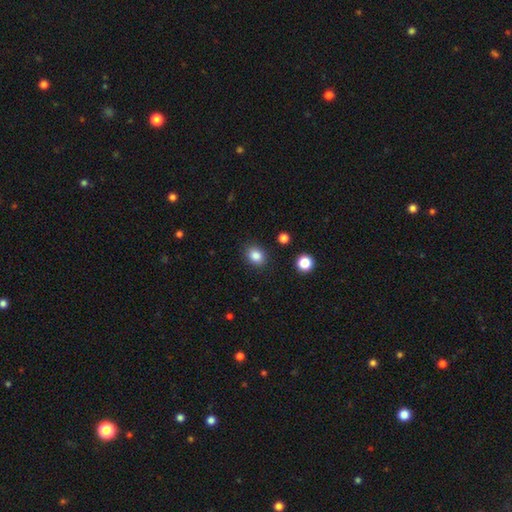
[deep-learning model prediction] Overall: smooth (85%). How rounded: in between (55%; round 44%). Merging: none (87%).